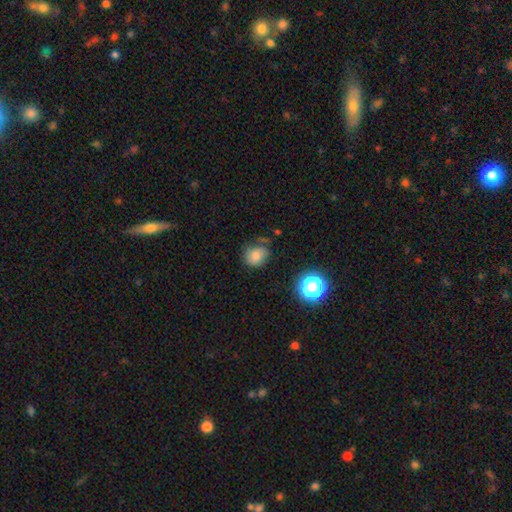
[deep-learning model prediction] Smooth or featured?
  - smooth: 78% *
  - star or artifact: 14%
  - featured or disk: 8%
How rounded?
  - round: 60% *
  - in between: 39%
  - cigar-shaped: 1%
Merging?
  - none: 61% *
  - minor disturbance: 27%
  - major disturbance: 8%
  - merger: 4%